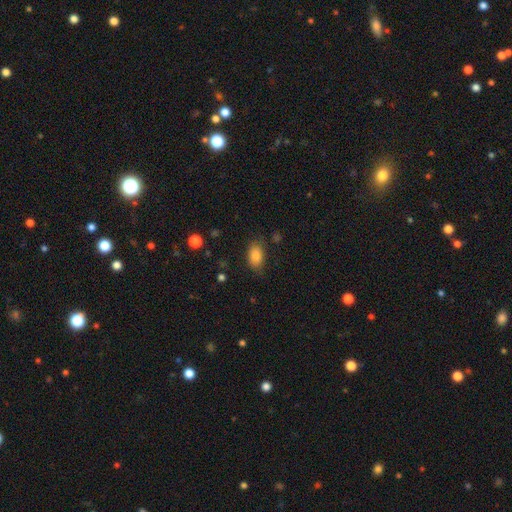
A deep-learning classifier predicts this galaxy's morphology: A smooth galaxy with no disk features (86%) that is in between round and cigar-shaped (88%).

Vote fractions:
- Smooth or featured? smooth: 86% / star or artifact: 8% / featured or disk: 5%
- How rounded? in between: 88% / round: 10% / cigar-shaped: 2%
- Merging? none: 76% / minor disturbance: 17% / major disturbance: 5% / merger: 2%